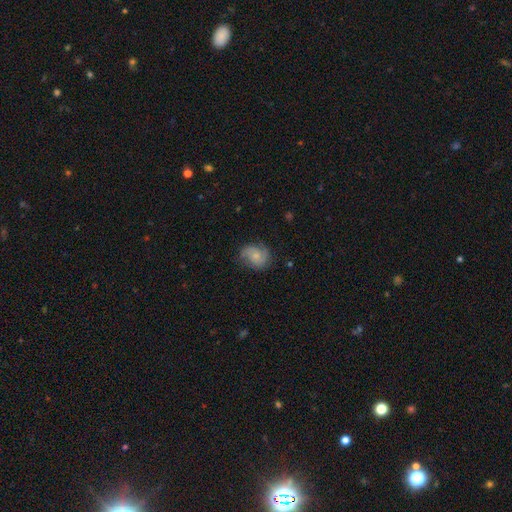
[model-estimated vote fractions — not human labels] Q: Smooth or featured?
A: featured or disk (58%); runner-up: smooth (35%)
Q: Edge-on disk?
A: no (97%); runner-up: yes (3%)
Q: Bar?
A: no (72%); runner-up: weak (24%)
Q: Spiral arms?
A: yes (90%); runner-up: no (10%)
Q: Spiral winding?
A: medium (44%); runner-up: tight (37%)
Q: Spiral arm count?
A: 2 (65%); runner-up: can't tell (16%)
Q: Bulge size?
A: small (53%); runner-up: moderate (33%)
Q: Merging?
A: none (67%); runner-up: minor disturbance (23%)